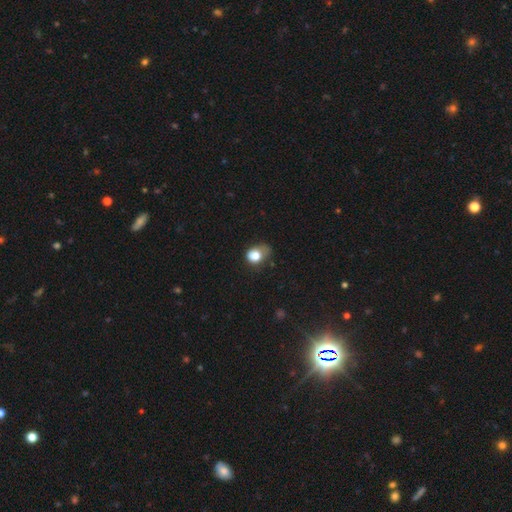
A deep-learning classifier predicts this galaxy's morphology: A smooth galaxy with no disk features (78%) that is in between round and cigar-shaped (53%).

Vote fractions:
- Smooth or featured? smooth: 78% / featured or disk: 12% / star or artifact: 10%
- How rounded? in between: 53% / round: 46% / cigar-shaped: 1%
- Merging? minor disturbance: 40% / none: 30% / major disturbance: 26% / merger: 3%